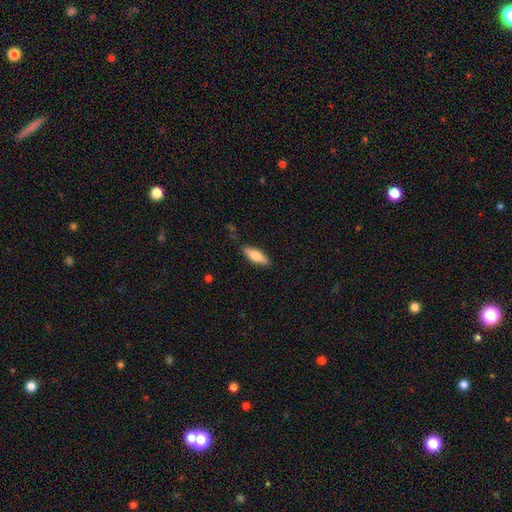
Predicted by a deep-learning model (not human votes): smooth_or_featured: smooth (p=0.70) [alt: featured or disk p=0.25]
how_rounded: in between (p=0.57) [alt: cigar-shaped p=0.41]
merging: none (p=0.85) [alt: minor disturbance p=0.11]